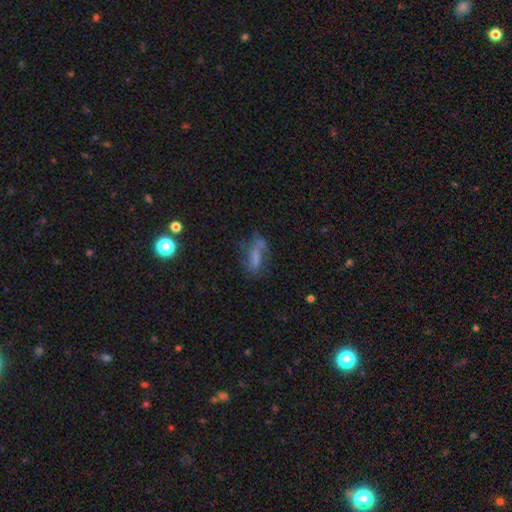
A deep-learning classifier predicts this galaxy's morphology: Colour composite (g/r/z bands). It shows a smooth galaxy with no disk features (50%). Merging: none (44%).